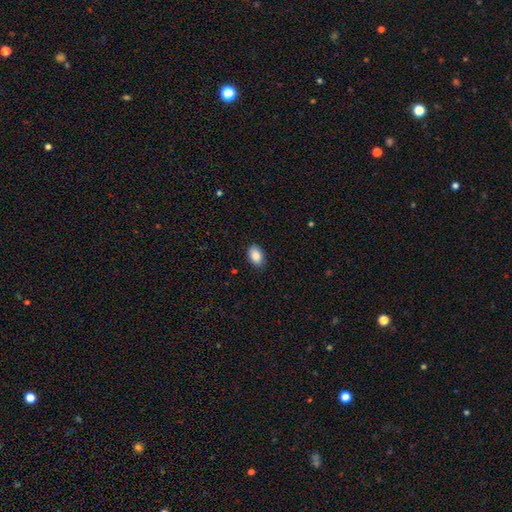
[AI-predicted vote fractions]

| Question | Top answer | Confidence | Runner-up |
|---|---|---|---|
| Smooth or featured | smooth | 87% | star or artifact (7%) |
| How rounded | in between | 89% | round (10%) |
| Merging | none | 87% | minor disturbance (10%) |